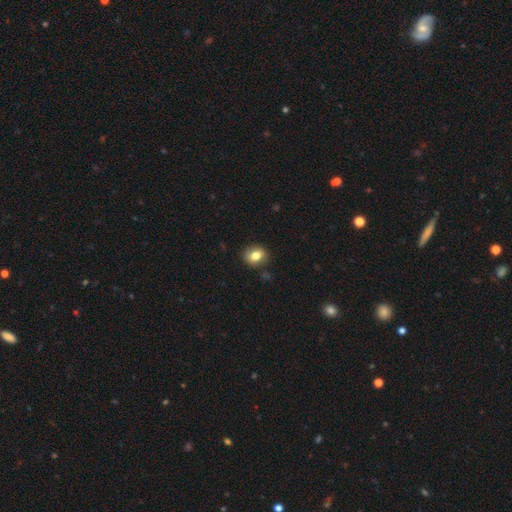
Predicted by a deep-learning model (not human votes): Smooth or featured?
  - smooth: 80% *
  - featured or disk: 11%
  - star or artifact: 10%
How rounded?
  - round: 54% *
  - in between: 45%
  - cigar-shaped: 1%
Merging?
  - none: 84% *
  - minor disturbance: 11%
  - major disturbance: 3%
  - merger: 2%